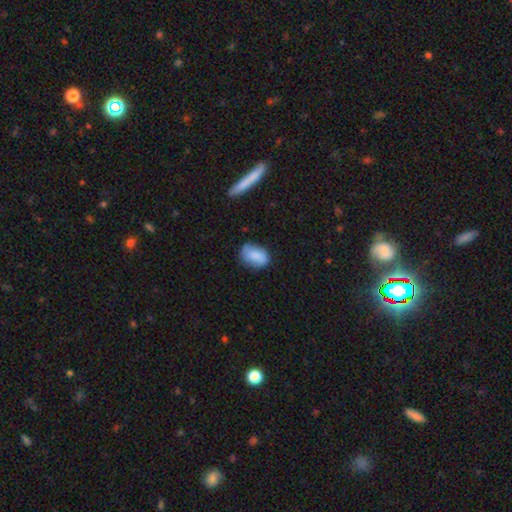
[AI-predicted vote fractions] smooth-or-featured: smooth: 81% | featured or disk: 12% | star or artifact: 7%
  how-rounded: in between: 81% | round: 18% | cigar-shaped: 2%
  merging: none: 68% | minor disturbance: 25% | major disturbance: 5% | merger: 2%